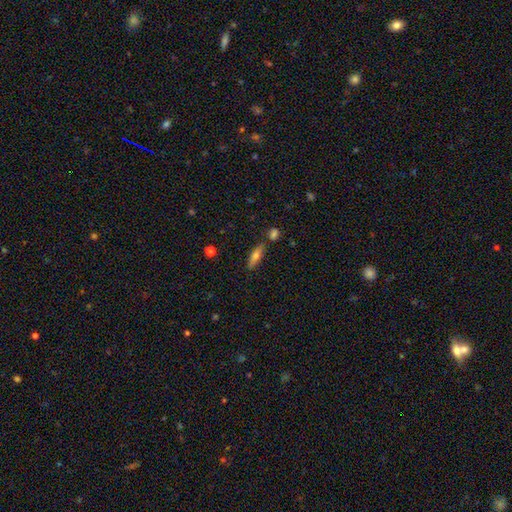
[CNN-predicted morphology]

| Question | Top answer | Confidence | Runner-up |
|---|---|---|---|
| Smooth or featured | smooth | 68% | featured or disk (24%) |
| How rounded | cigar-shaped | 54% | in between (43%) |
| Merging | none | 77% | minor disturbance (12%) |